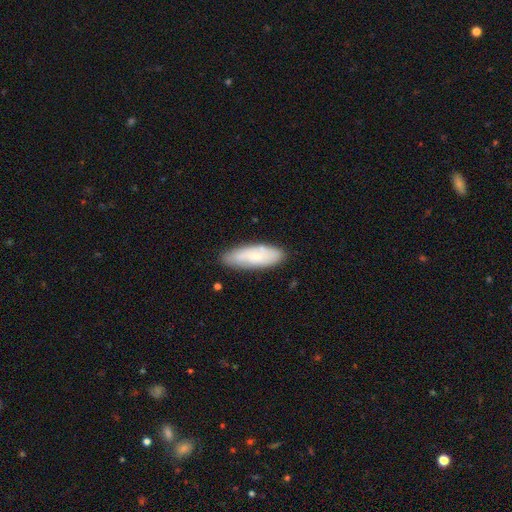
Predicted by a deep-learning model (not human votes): Smooth or featured: smooth — 63% (featured or disk — 30%)
How rounded: in between — 65% (cigar-shaped — 33%)
Merging: none — 81% (minor disturbance — 15%)